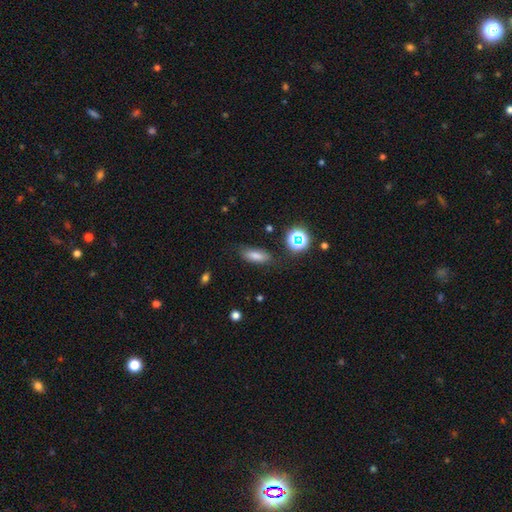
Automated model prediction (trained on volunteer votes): This appears to be a smooth galaxy with no disk features (76%) that is in between round and cigar-shaped (66%). Merging: none (80%).